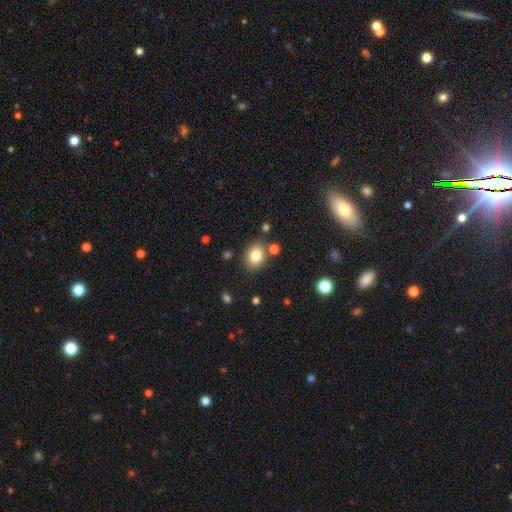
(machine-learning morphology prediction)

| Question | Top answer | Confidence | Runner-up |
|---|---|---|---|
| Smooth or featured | smooth | 82% | star or artifact (10%) |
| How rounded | in between | 63% | round (36%) |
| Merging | none | 79% | minor disturbance (11%) |